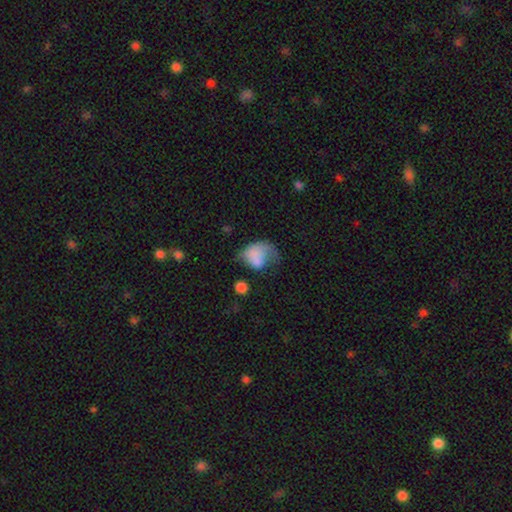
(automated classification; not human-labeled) A smooth galaxy with no disk features (66%) that is in between round and cigar-shaped (64%). Merging: major disturbance (46%).